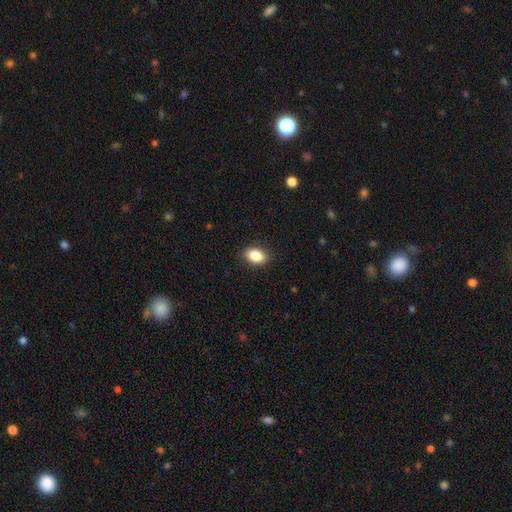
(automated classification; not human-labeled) This is clearly a smooth galaxy (87%). How rounded: clearly in between (86%). Merging: clearly none (89%).